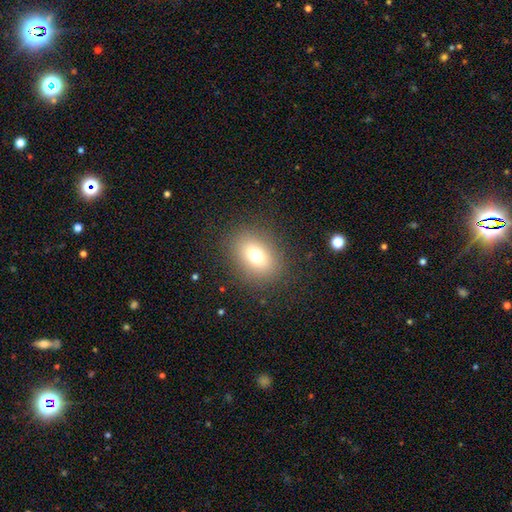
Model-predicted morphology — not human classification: This is likely a smooth galaxy (74%). How rounded: likely in between (64%). Merging: clearly none (86%).